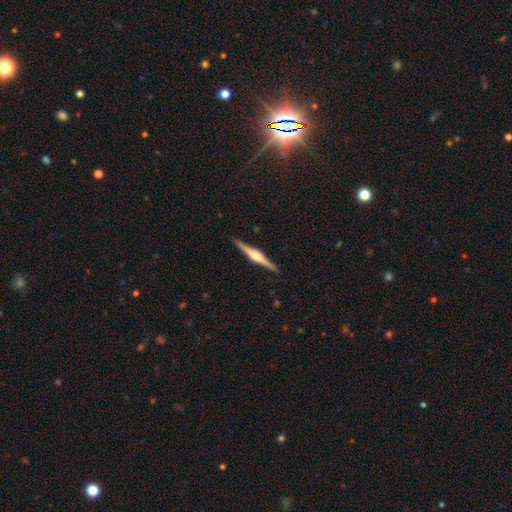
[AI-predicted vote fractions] Overall: featured or disk (84%). Edge-on disk: yes (99%). Edge-on bulge: rounded (91%). Merging: none (92%).